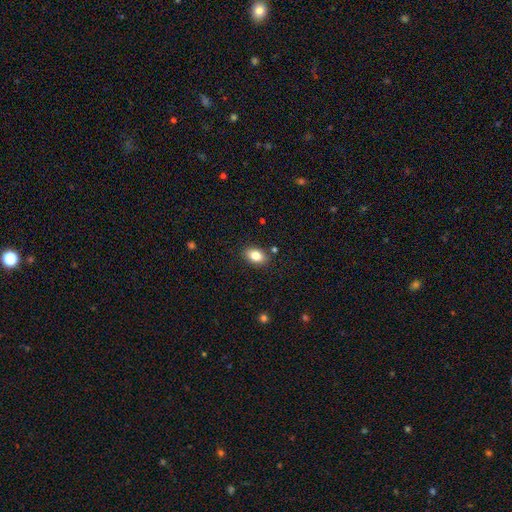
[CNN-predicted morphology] Smooth or featured?
  - smooth: 83% *
  - featured or disk: 9%
  - star or artifact: 8%
How rounded?
  - in between: 87% *
  - round: 11%
  - cigar-shaped: 2%
Merging?
  - none: 86% *
  - minor disturbance: 10%
  - major disturbance: 2%
  - merger: 2%